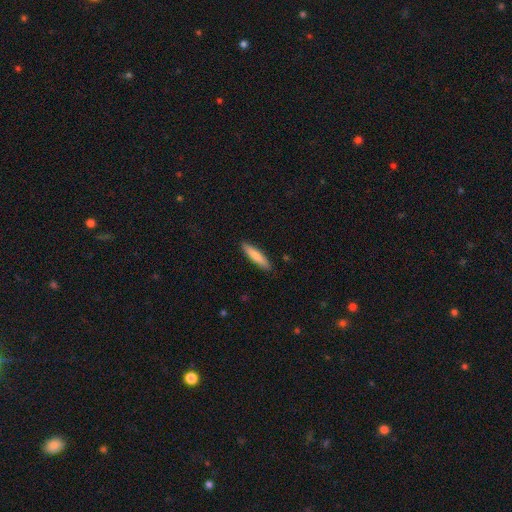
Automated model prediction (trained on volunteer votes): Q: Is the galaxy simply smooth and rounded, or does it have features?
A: smooth — 82%.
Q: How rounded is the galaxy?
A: cigar-shaped — 85%.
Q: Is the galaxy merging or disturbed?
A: none — 89%.